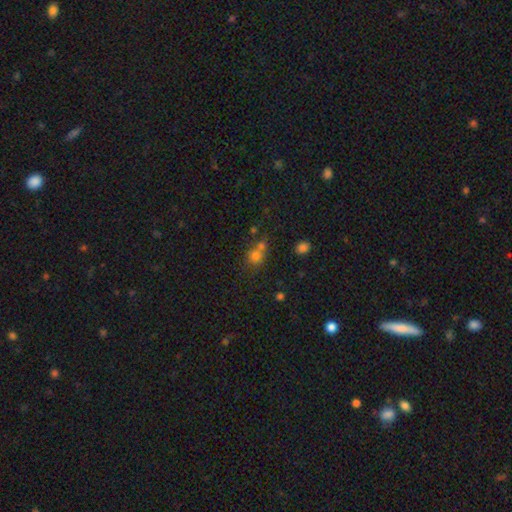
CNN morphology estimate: A smooth galaxy with no disk features (69%) that is round (72%). Merging: none (43%).